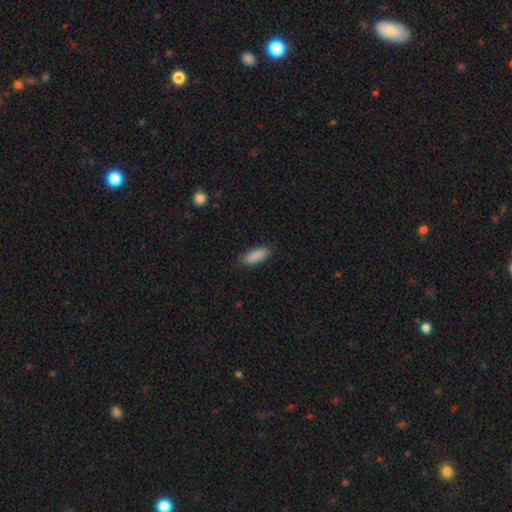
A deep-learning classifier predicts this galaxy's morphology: A smooth galaxy with no disk features (89%) that is in between round and cigar-shaped (63%). Merging: none (85%).